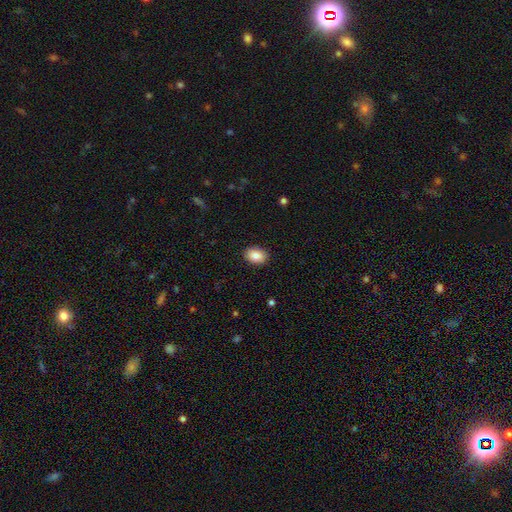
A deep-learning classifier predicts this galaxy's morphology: Smooth or featured?
  - smooth: 86% *
  - star or artifact: 7%
  - featured or disk: 7%
How rounded?
  - in between: 81% *
  - round: 18%
  - cigar-shaped: 1%
Merging?
  - none: 90% *
  - minor disturbance: 7%
  - major disturbance: 2%
  - merger: 1%